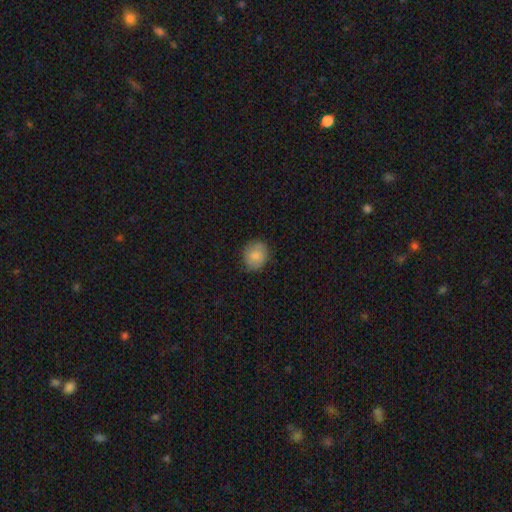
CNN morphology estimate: Q: Smooth or featured?
A: smooth (80%); runner-up: featured or disk (13%)
Q: How rounded?
A: round (72%); runner-up: in between (27%)
Q: Merging?
A: none (80%); runner-up: minor disturbance (16%)